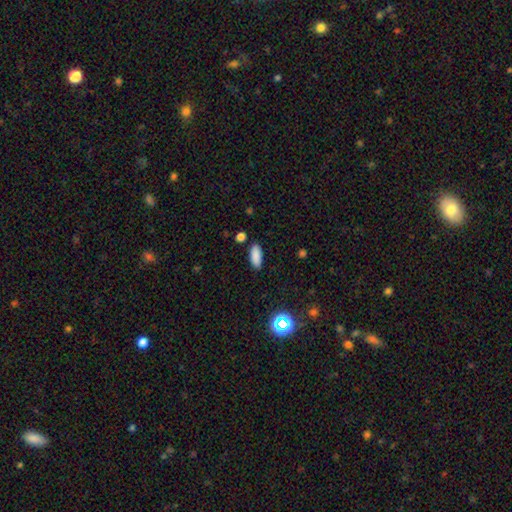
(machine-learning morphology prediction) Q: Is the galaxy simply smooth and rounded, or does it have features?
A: smooth — 87%.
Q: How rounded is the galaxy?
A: in between — 81%.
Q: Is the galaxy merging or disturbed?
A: none — 87%.